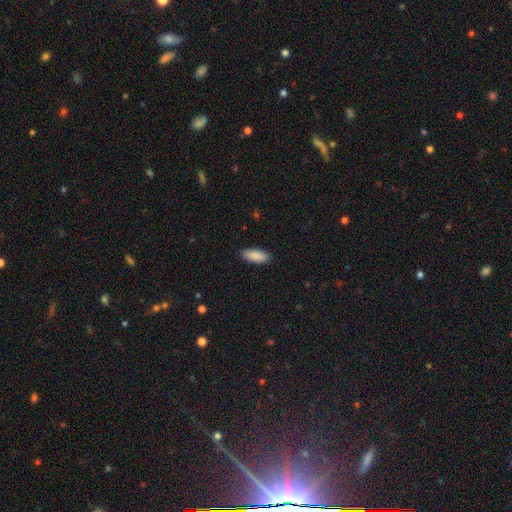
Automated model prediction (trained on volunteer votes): Smooth or featured? Predicted: smooth (p=0.90). How rounded? Predicted: in between (p=0.83). Merging? Predicted: none (p=0.89).